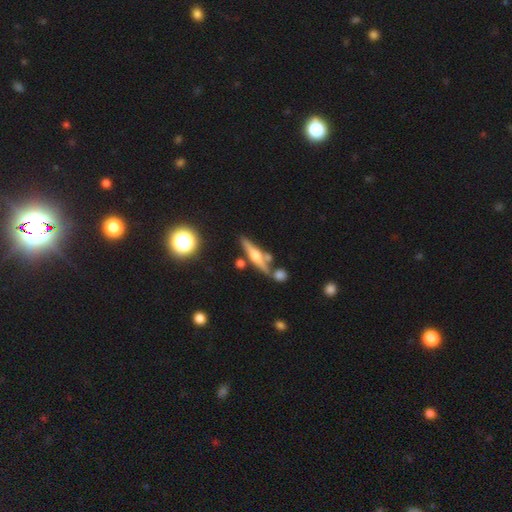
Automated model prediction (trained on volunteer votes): The model was most divided on "smooth or featured": featured or disk: 71%, smooth: 21%, star or artifact: 9%. More confident: edge-on disk — yes (95%); edge-on bulge — rounded (90%); merging — none (73%).